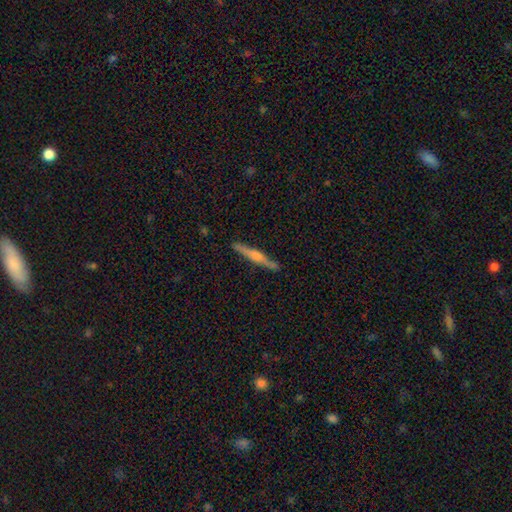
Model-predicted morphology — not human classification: This is likely a featured or disk galaxy (71%). It is clearly viewed edge-on (98%). Edge-on bulge: clearly rounded (87%). Merging: clearly none (90%).